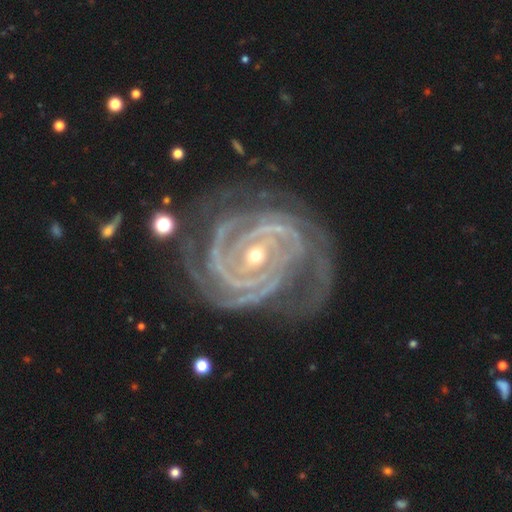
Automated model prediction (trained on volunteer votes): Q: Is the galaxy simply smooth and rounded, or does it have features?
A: featured or disk — 93%.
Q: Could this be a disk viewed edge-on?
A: no — 98%.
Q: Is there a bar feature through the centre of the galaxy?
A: no — 42%.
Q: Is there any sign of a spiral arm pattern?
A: yes — 99%.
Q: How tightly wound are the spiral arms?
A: tight — 82%.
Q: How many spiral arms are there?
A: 3 — 26%.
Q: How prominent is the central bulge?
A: small — 62%.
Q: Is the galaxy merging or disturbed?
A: none — 66%.